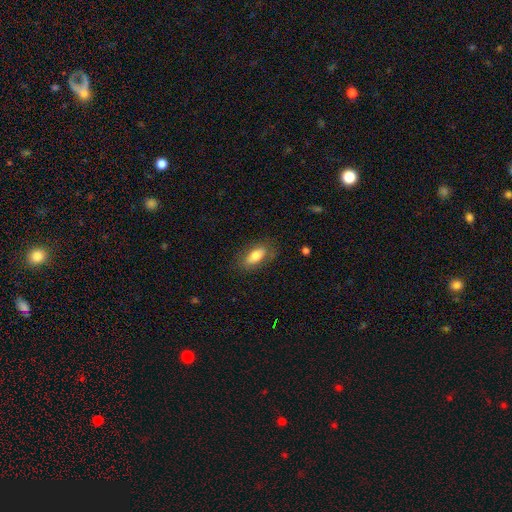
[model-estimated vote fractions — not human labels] Smooth or featured? Predicted: smooth (p=0.72). How rounded? Predicted: in between (p=0.83). Merging? Predicted: none (p=0.78).